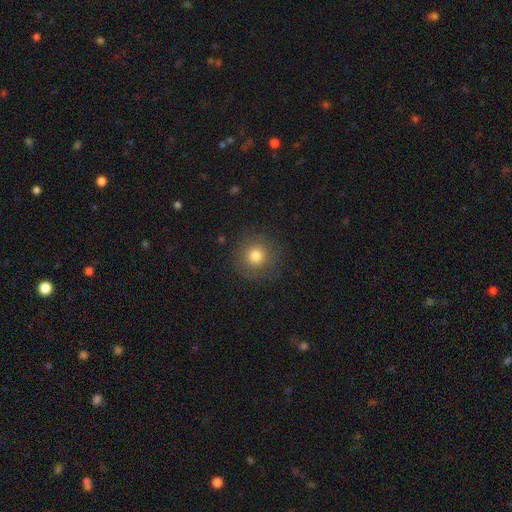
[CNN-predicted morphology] A smooth galaxy with no disk features (78%) that is round (95%).

Vote fractions:
- Smooth or featured? smooth: 78% / star or artifact: 12% / featured or disk: 10%
- How rounded? round: 95% / in between: 4% / cigar-shaped: 1%
- Merging? none: 87% / minor disturbance: 8% / major disturbance: 4% / merger: 1%